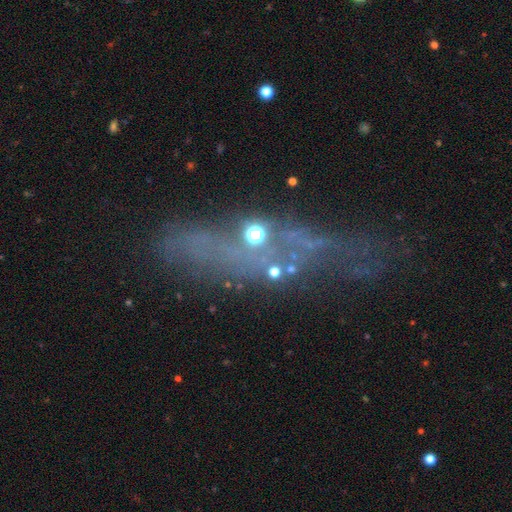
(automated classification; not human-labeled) Overall: featured or disk (44%; star or artifact 28%). Merging: none (48%; minor disturbance 21%).